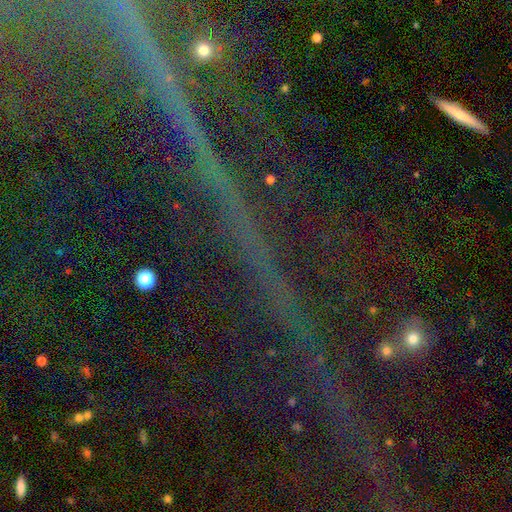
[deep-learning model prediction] A star or artifact, not a galaxy (82%).

Vote fractions:
- Smooth or featured? star or artifact: 82% / featured or disk: 10% / smooth: 8%